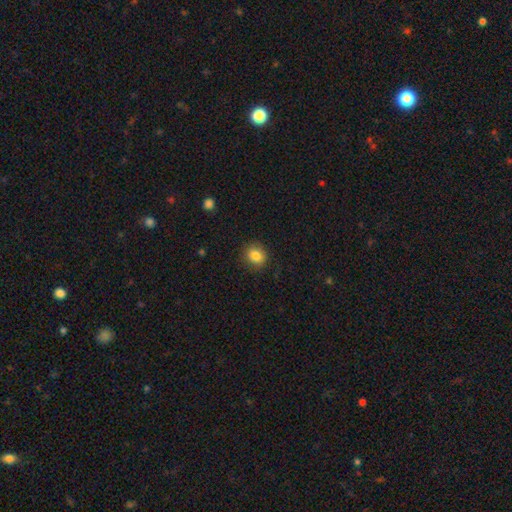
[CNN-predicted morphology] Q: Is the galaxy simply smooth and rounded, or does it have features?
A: smooth — 84%.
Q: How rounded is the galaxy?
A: round — 74%.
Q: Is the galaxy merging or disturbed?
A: none — 86%.